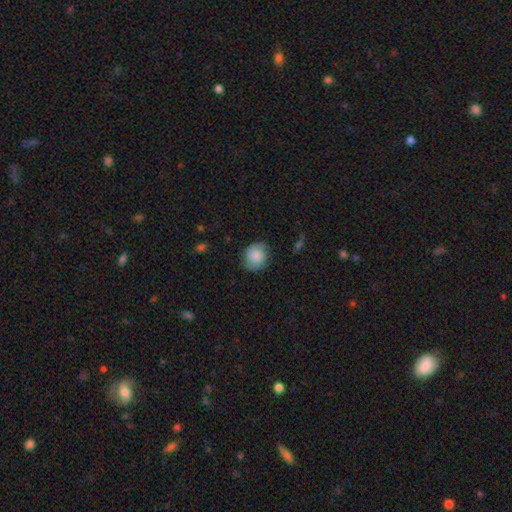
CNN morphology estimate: Smooth or featured?
  - smooth: 73% *
  - featured or disk: 19%
  - star or artifact: 8%
How rounded?
  - round: 74% *
  - in between: 25%
  - cigar-shaped: 1%
Merging?
  - none: 70% *
  - minor disturbance: 22%
  - major disturbance: 6%
  - merger: 1%